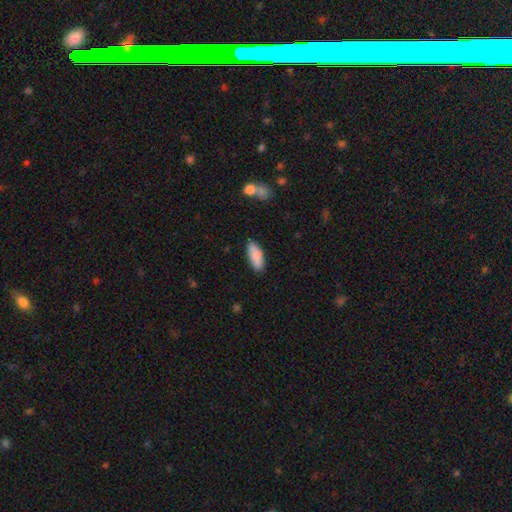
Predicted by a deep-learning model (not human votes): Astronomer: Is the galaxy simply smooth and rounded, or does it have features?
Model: smooth — 87%.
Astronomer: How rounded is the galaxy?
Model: in between — 73%.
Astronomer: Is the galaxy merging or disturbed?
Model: none — 84%.